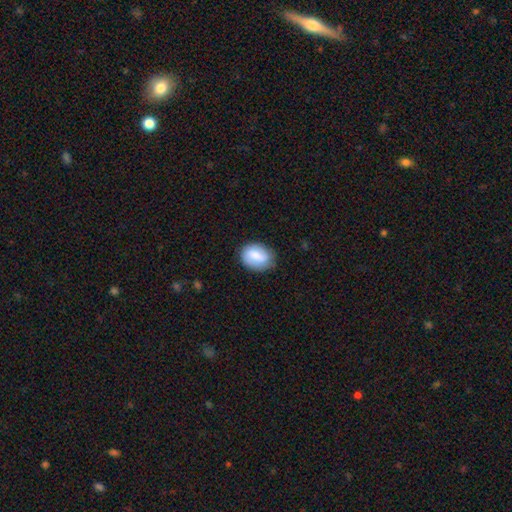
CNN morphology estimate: The model was most divided on "how rounded": in between: 69%, round: 30%, cigar-shaped: 1%. More confident: smooth or featured — smooth (76%); merging — none (73%).